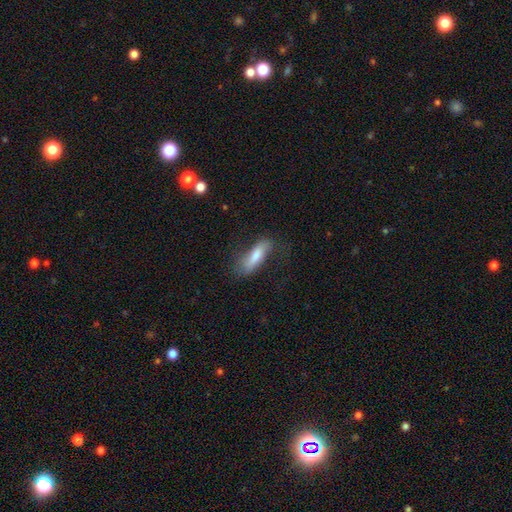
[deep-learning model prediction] Overall: smooth (69%). How rounded: cigar-shaped (51%; in between 47%). Merging: none (62%; minor disturbance 24%).